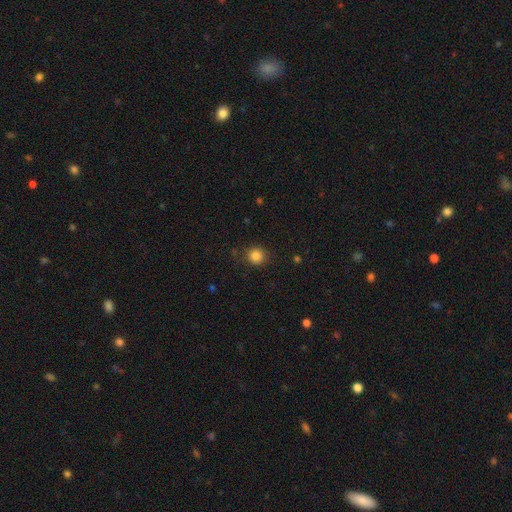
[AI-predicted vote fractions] Q: Smooth or featured?
A: smooth (85%); runner-up: star or artifact (11%)
Q: How rounded?
A: round (91%); runner-up: in between (8%)
Q: Merging?
A: none (86%); runner-up: minor disturbance (10%)